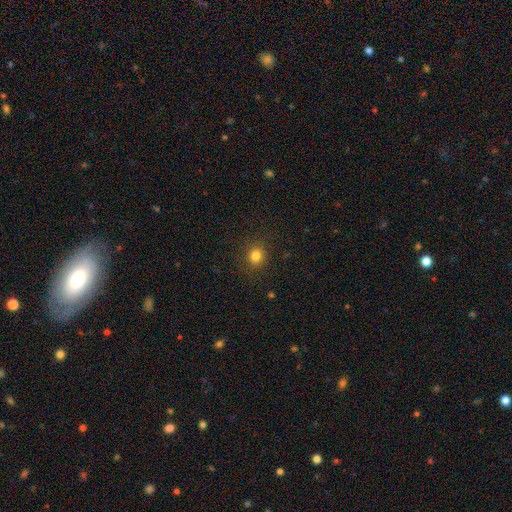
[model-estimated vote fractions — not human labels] The model was most divided on "how rounded": round: 81%, in between: 18%, cigar-shaped: 1%. More confident: merging — none (88%); smooth or featured — smooth (82%).